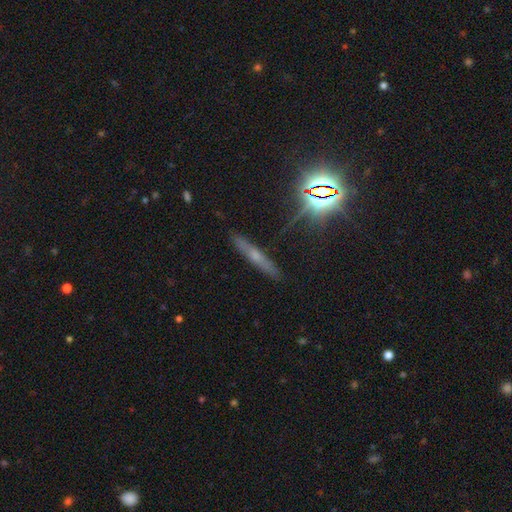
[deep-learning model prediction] Smooth or featured? Predicted: featured or disk (p=0.44). Merging? Predicted: none (p=0.85).